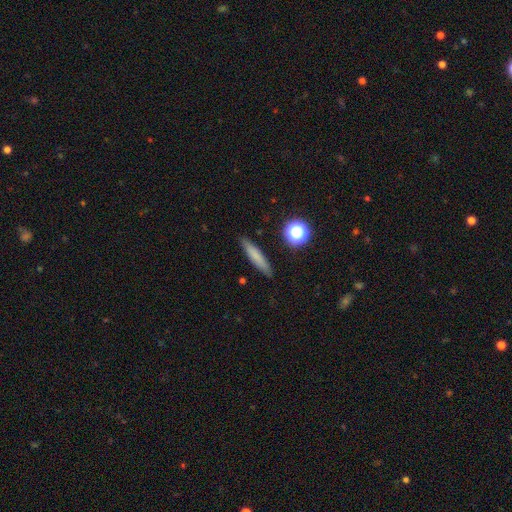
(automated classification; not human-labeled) smooth_or_featured: smooth (p=0.71) [alt: featured or disk p=0.19]
how_rounded: cigar-shaped (p=0.87) [alt: in between p=0.10]
merging: none (p=0.87) [alt: minor disturbance p=0.09]